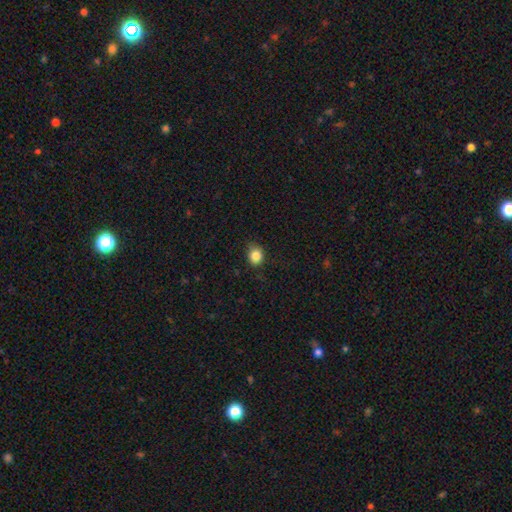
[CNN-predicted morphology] A smooth galaxy with no disk features (84%) that is round (65%).

Vote fractions:
- Smooth or featured? smooth: 84% / star or artifact: 10% / featured or disk: 5%
- How rounded? round: 65% / in between: 34% / cigar-shaped: 1%
- Merging? none: 73% / minor disturbance: 22% / major disturbance: 4% / merger: 1%